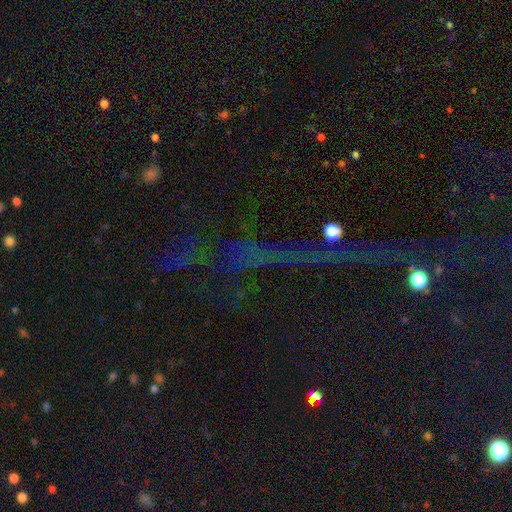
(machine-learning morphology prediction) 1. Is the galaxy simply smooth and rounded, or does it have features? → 75% star or artifact, 13% smooth, 13% featured or disk.